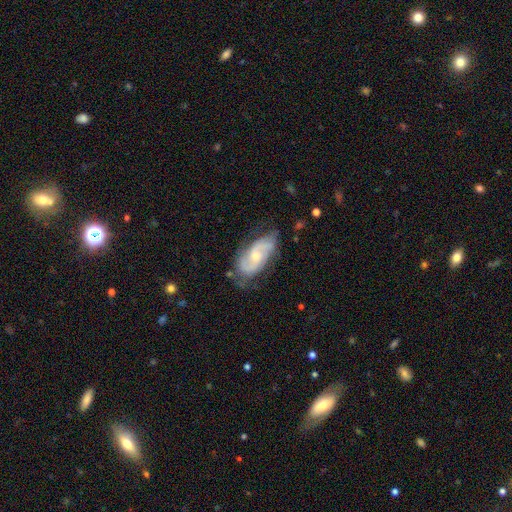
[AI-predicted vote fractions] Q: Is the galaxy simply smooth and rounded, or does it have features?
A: featured or disk — 74%.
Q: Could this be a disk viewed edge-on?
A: no — 94%.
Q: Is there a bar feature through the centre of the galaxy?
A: no — 59%.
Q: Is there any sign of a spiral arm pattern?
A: yes — 91%.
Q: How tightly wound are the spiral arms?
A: medium — 44%.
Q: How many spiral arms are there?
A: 2 — 74%.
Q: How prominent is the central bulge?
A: small — 51%.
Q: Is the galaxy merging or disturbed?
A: none — 66%.